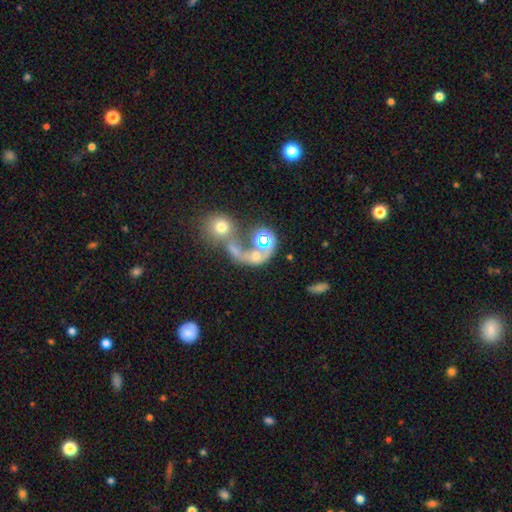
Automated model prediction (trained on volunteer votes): Smooth or featured: smooth — 44% (featured or disk — 33%)
Merging: merger — 57% (major disturbance — 19%)